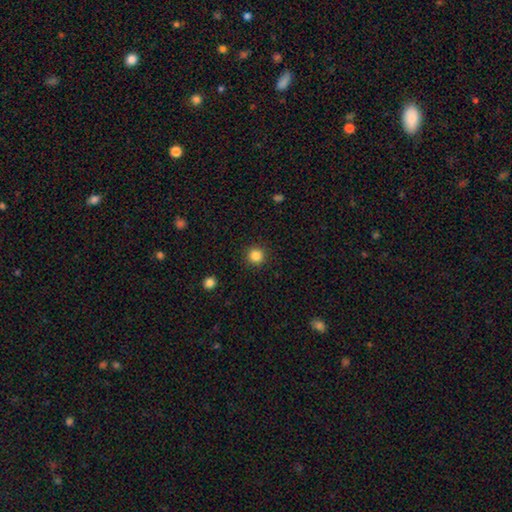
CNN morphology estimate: smooth-or-featured: smooth: 85% | star or artifact: 12% | featured or disk: 4%
  how-rounded: round: 95% | in between: 4% | cigar-shaped: 1%
  merging: none: 92% | minor disturbance: 5% | major disturbance: 2% | merger: 1%